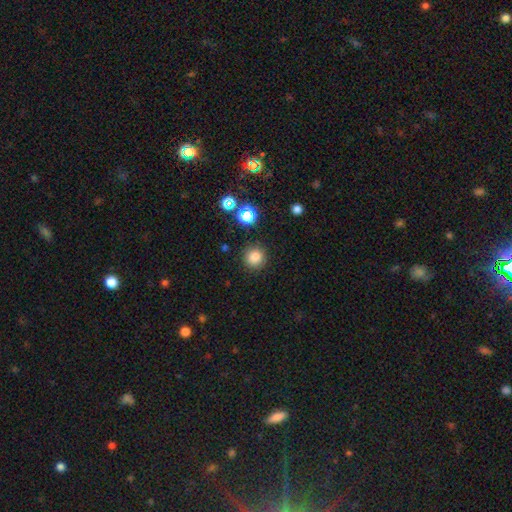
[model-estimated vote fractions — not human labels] Q: Smooth or featured?
A: smooth (82%); runner-up: star or artifact (14%)
Q: How rounded?
A: round (92%); runner-up: in between (7%)
Q: Merging?
A: none (89%); runner-up: minor disturbance (7%)